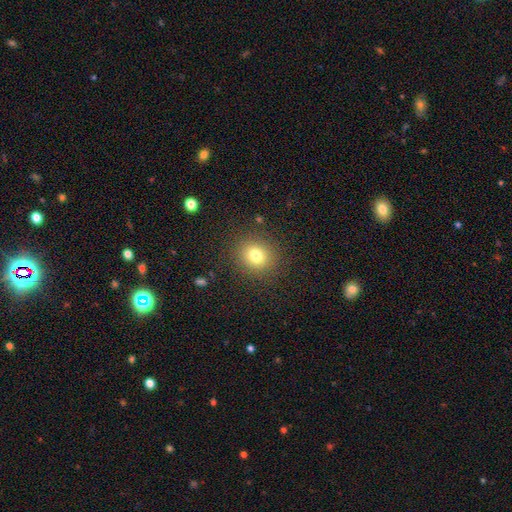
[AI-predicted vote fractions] smooth 78%, star or artifact 13%, featured or disk 9%. Down the decision tree: how rounded — round (83%); merging — none (88%).